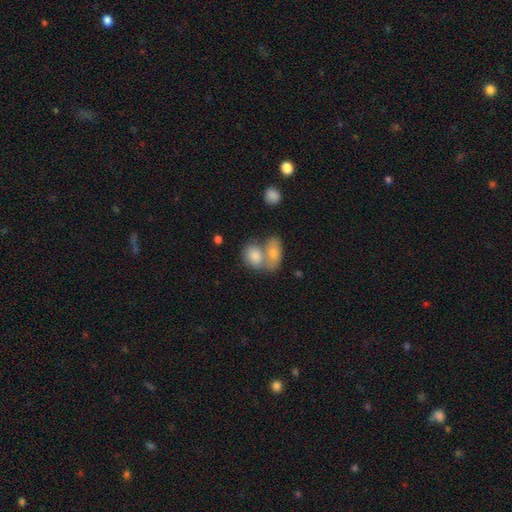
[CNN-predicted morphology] smooth_or_featured: smooth (p=0.76) [alt: featured or disk p=0.15]
how_rounded: in between (p=0.71) [alt: round p=0.26]
merging: merger (p=0.62) [alt: none p=0.26]